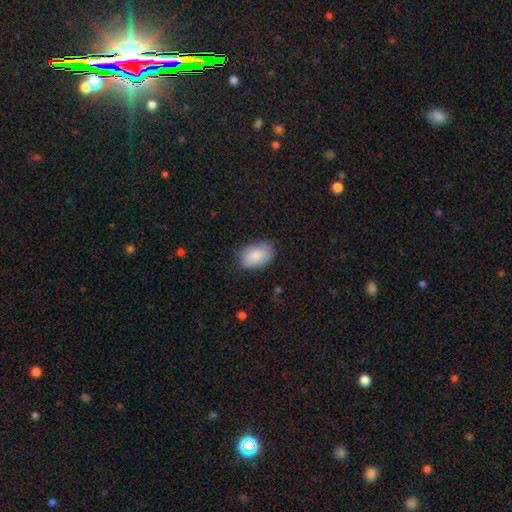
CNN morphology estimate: This appears to be a smooth galaxy with no disk features (87%) that is in between round and cigar-shaped (90%). Merging: none (74%).